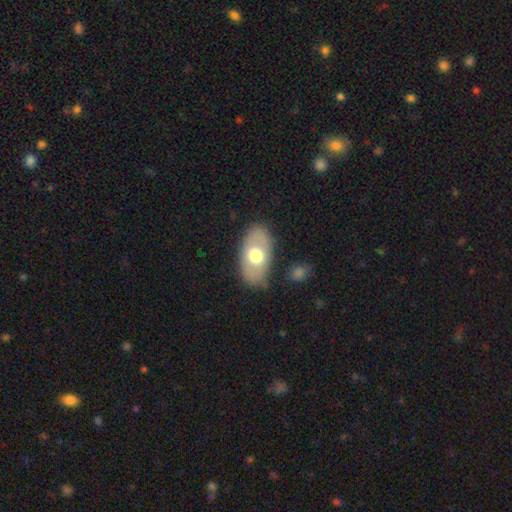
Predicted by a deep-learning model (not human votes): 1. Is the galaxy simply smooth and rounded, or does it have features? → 58% smooth, 36% featured or disk, 6% star or artifact.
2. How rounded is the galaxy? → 92% in between, 6% round, 2% cigar-shaped.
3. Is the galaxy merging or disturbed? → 76% none, 16% minor disturbance, 5% major disturbance, 3% merger.